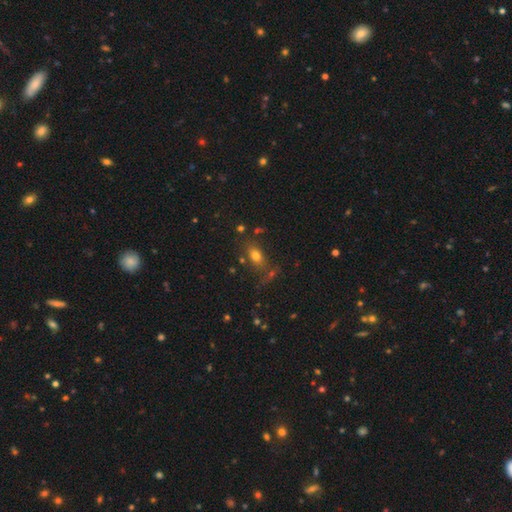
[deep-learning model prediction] Overall: smooth (73%). How rounded: in between (77%). Merging: none (67%).